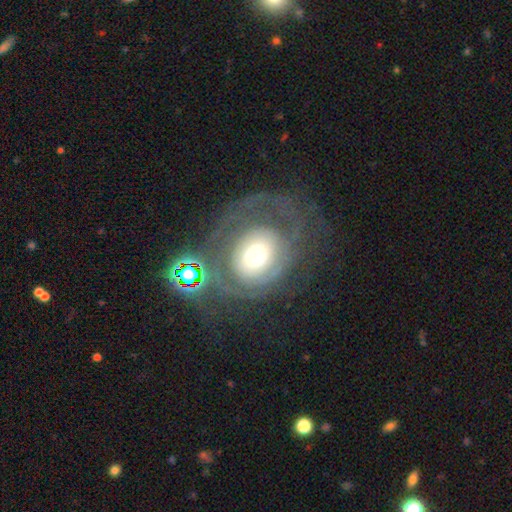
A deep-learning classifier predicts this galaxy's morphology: smooth-or-featured: featured or disk: 67% | smooth: 22% | star or artifact: 11%
  disk-edge-on: no: 96% | yes: 4%
    bar: no: 79% | weak: 15% | strong: 5%
    has-spiral-arms: yes: 70% | no: 30%
    bulge-size: moderate: 47% | large: 31% | small: 13% | dominant: 7% | none: 1%
  merging: none: 51% | major disturbance: 26% | minor disturbance: 18% | merger: 6%